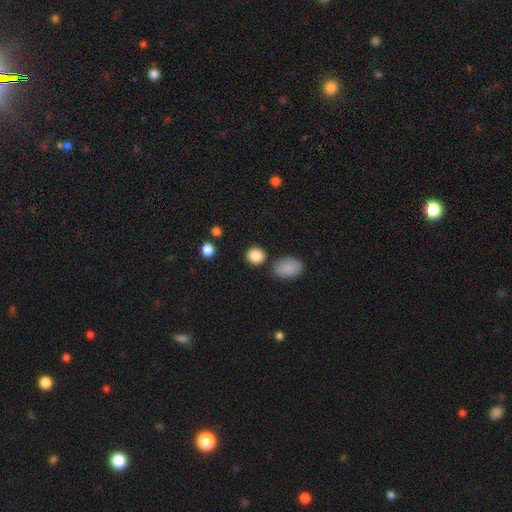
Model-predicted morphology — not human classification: smooth-or-featured: smooth: 86% | star or artifact: 10% | featured or disk: 4%
  how-rounded: round: 80% | in between: 19% | cigar-shaped: 1%
  merging: none: 81% | minor disturbance: 9% | merger: 7% | major disturbance: 3%